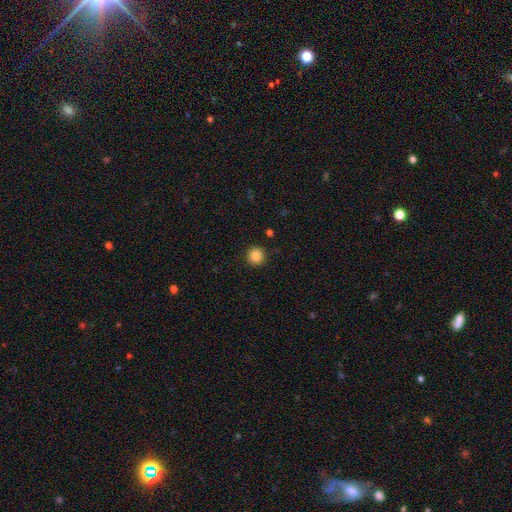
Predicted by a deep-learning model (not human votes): smooth-or-featured: smooth: 86% | star or artifact: 10% | featured or disk: 4%
  how-rounded: round: 95% | in between: 4% | cigar-shaped: 1%
  merging: none: 92% | minor disturbance: 5% | major disturbance: 2% | merger: 1%